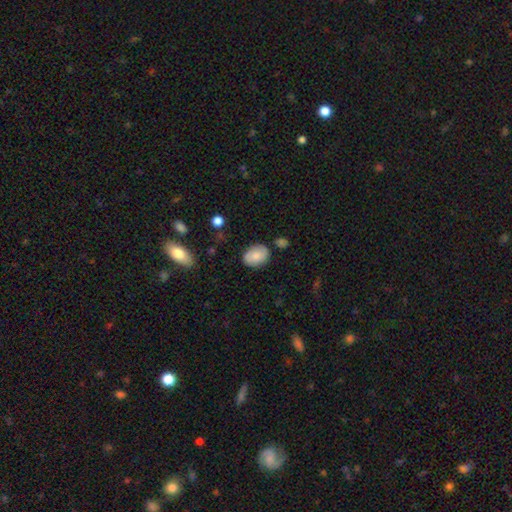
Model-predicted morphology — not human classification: This appears to be a smooth galaxy with no disk features (80%) that is in between round and cigar-shaped (81%). Merging: none (80%).